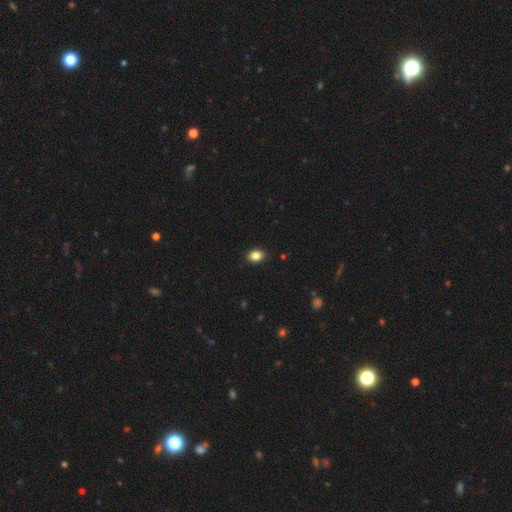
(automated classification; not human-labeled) Q: Smooth or featured?
A: smooth (85%); runner-up: star or artifact (10%)
Q: How rounded?
A: in between (60%); runner-up: round (39%)
Q: Merging?
A: none (90%); runner-up: minor disturbance (7%)